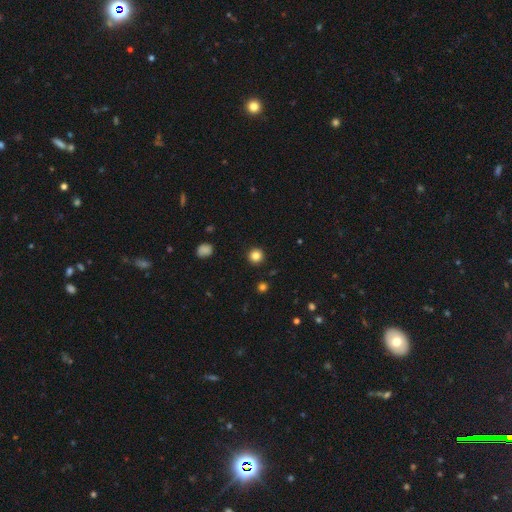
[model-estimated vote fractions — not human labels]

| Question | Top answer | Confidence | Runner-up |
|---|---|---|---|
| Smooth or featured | smooth | 84% | star or artifact (12%) |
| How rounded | round | 95% | in between (4%) |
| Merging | none | 93% | minor disturbance (4%) |